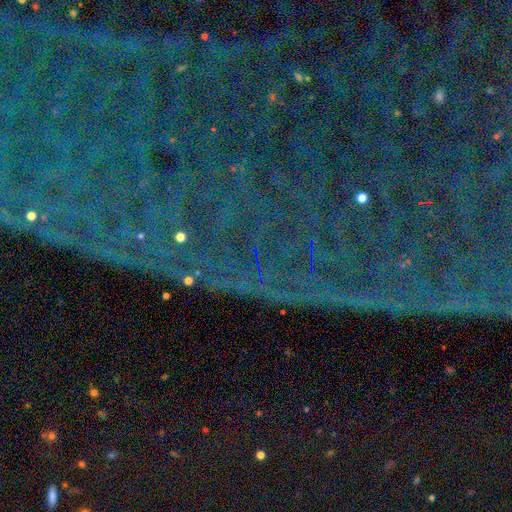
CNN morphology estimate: Smooth or featured?
  - star or artifact: 86% *
  - featured or disk: 8%
  - smooth: 7%